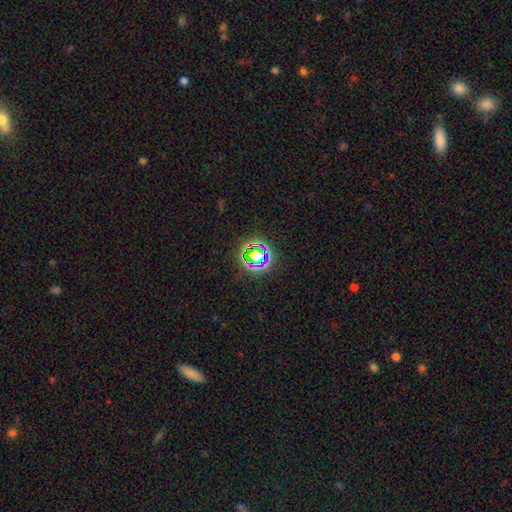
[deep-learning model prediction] The model was most divided on "smooth or featured": star or artifact: 60%, smooth: 27%, featured or disk: 13%.